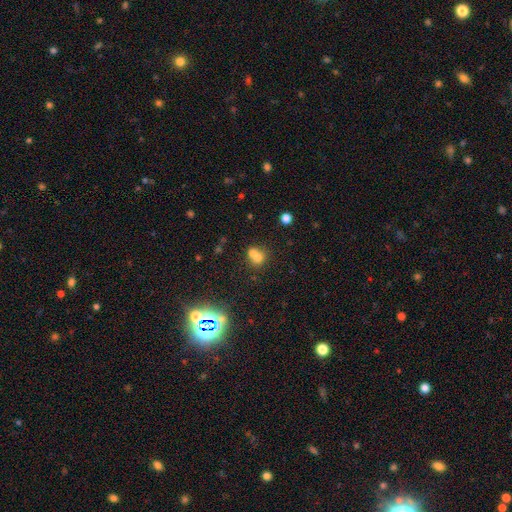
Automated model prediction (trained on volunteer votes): Smooth or featured?
  - smooth: 65% *
  - star or artifact: 18%
  - featured or disk: 17%
How rounded?
  - round: 67% *
  - in between: 32%
  - cigar-shaped: 1%
Merging?
  - merger: 60% *
  - none: 30%
  - minor disturbance: 7%
  - major disturbance: 4%